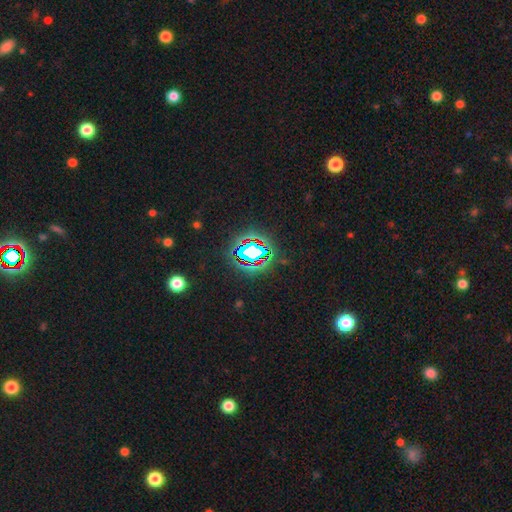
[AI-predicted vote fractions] Smooth or featured: star or artifact — 80% (smooth — 11%)